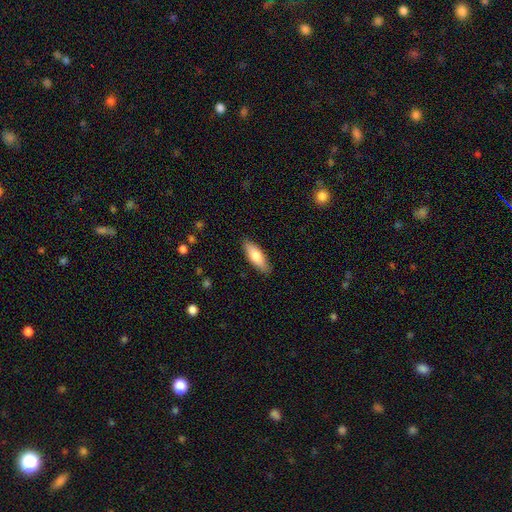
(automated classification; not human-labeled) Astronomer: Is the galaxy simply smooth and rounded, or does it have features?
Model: smooth — 77%.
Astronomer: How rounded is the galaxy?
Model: in between — 61% (runner-up: cigar-shaped, 37%).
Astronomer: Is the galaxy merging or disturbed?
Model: none — 88%.